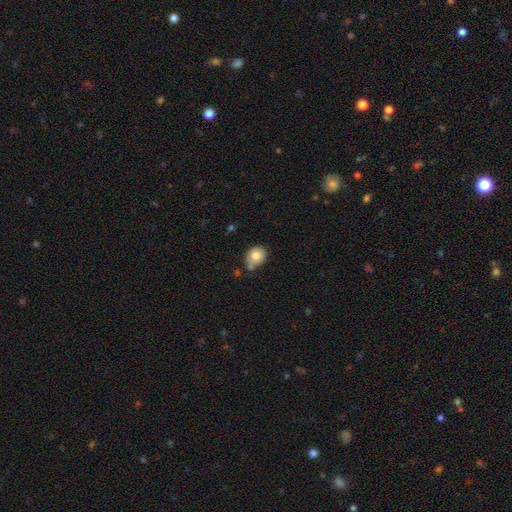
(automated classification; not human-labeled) This appears to be a smooth galaxy with no disk features (80%) that is round (57%). Merging: none (52%).